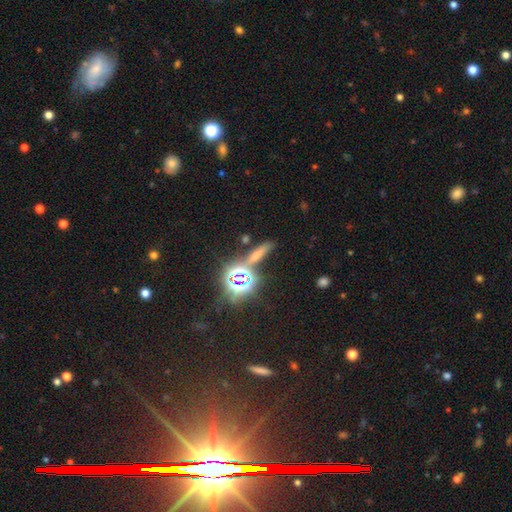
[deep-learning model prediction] Overall: star or artifact (51%; smooth 33%).